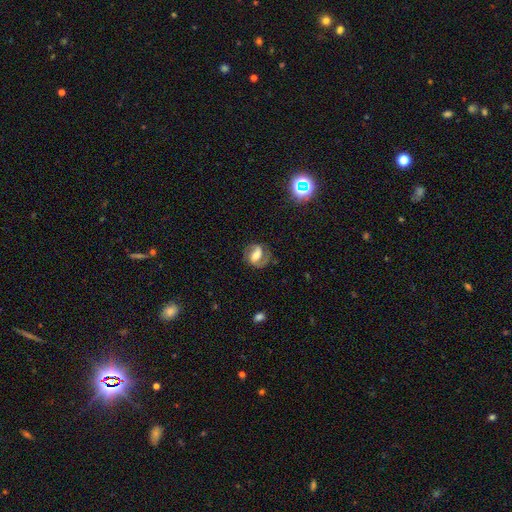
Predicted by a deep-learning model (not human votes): This is likely a featured or disk galaxy (79%). It is clearly not viewed edge-on (97%). Bar: marginally strong (41%). Spiral arm pattern: clearly yes (92%). Spiral arm count: clearly 2 (87%). Spiral winding: possibly medium (52%). Central bulge: possibly moderate (59%). Merging: likely none (75%).